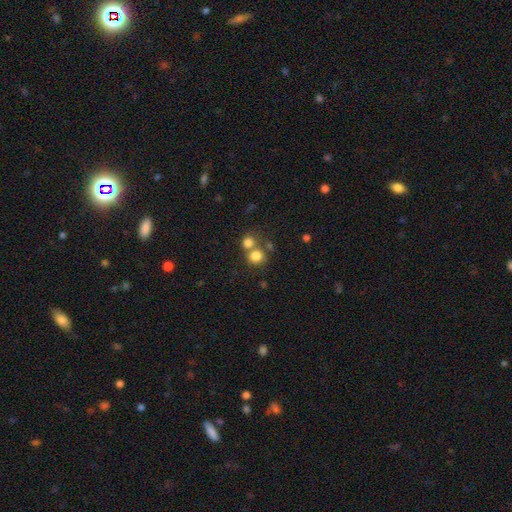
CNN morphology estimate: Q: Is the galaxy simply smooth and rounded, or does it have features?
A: smooth — 80%.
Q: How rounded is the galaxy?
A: round — 85%.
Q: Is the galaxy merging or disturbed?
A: none — 51%.